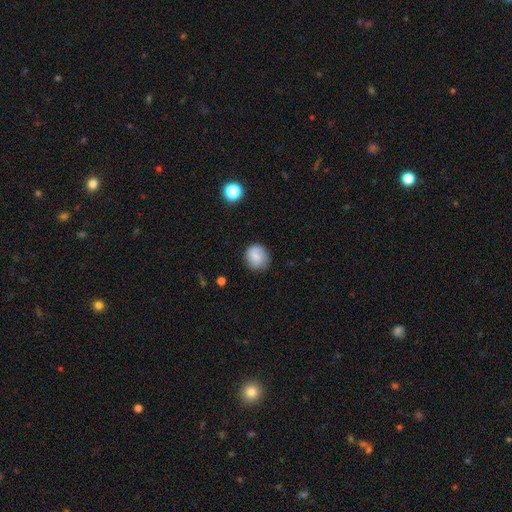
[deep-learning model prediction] smooth-or-featured: smooth: 76% | featured or disk: 16% | star or artifact: 9%
  how-rounded: round: 81% | in between: 18% | cigar-shaped: 1%
  merging: none: 80% | minor disturbance: 15% | major disturbance: 4% | merger: 1%